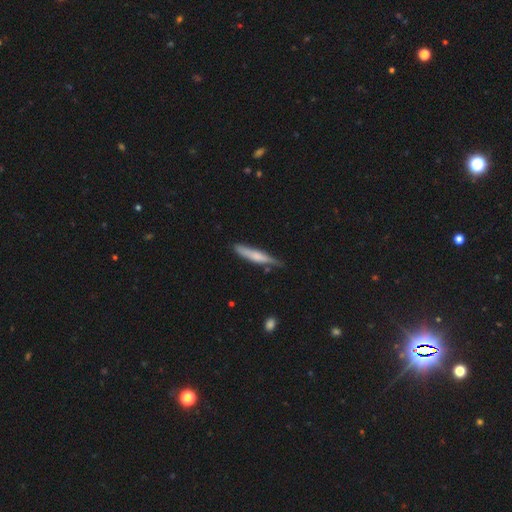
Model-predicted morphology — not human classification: A smooth galaxy with no disk features (63%) that is cigar-shaped (90%). Merging: none (66%).